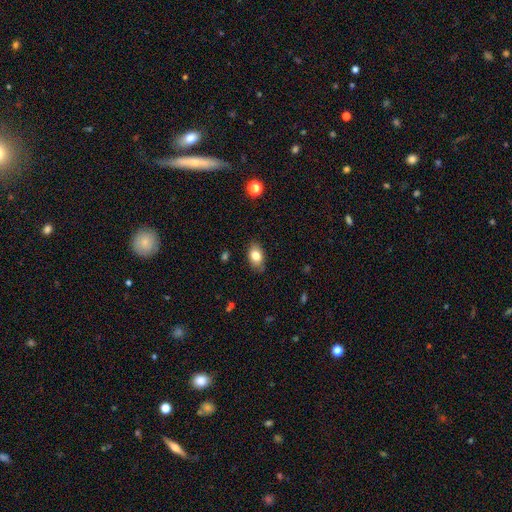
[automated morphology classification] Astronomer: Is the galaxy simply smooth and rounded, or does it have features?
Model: smooth — 80%.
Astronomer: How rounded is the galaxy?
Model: in between — 88%.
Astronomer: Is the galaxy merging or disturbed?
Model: none — 83%.